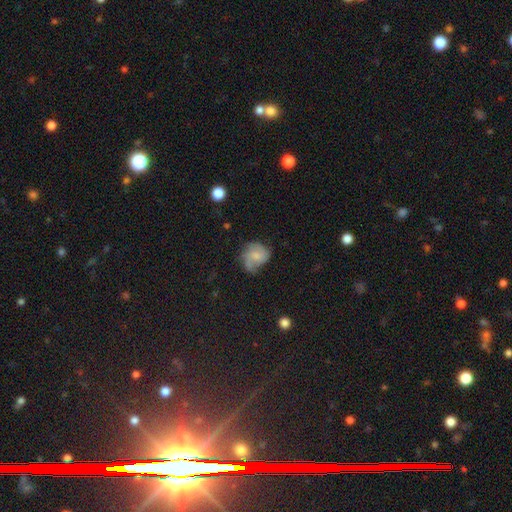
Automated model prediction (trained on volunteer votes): The model was most divided on "smooth or featured": smooth: 52%, featured or disk: 39%, star or artifact: 9%. Remaining: how rounded — round (65%); merging — none (49%).